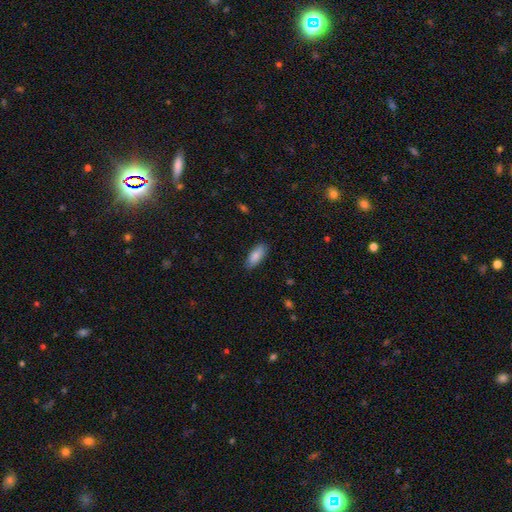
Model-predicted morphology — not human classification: Smooth or featured?
  - smooth: 86% *
  - featured or disk: 8%
  - star or artifact: 6%
How rounded?
  - in between: 77% *
  - cigar-shaped: 21%
  - round: 2%
Merging?
  - none: 87% *
  - minor disturbance: 10%
  - major disturbance: 2%
  - merger: 1%